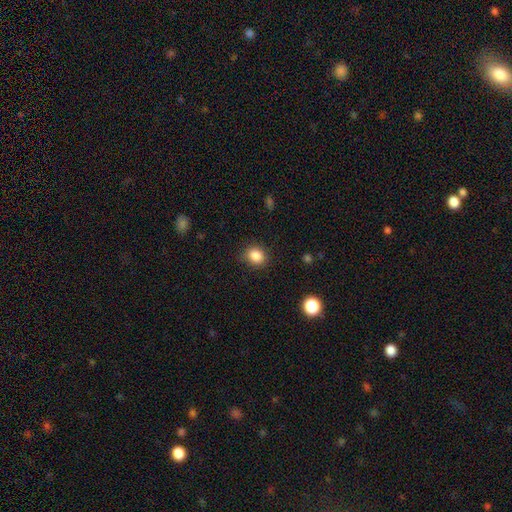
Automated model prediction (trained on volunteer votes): This appears to be a smooth galaxy with no disk features (86%) that is round (63%). Merging: none (83%).